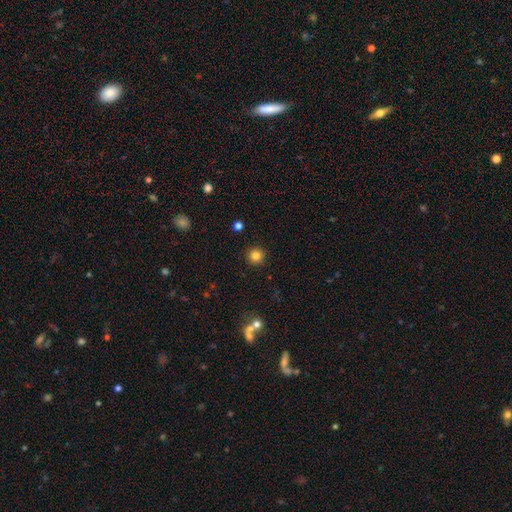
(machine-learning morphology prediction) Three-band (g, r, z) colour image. It shows a smooth galaxy with no disk features (83%) that is round (96%). Merging: none (93%).